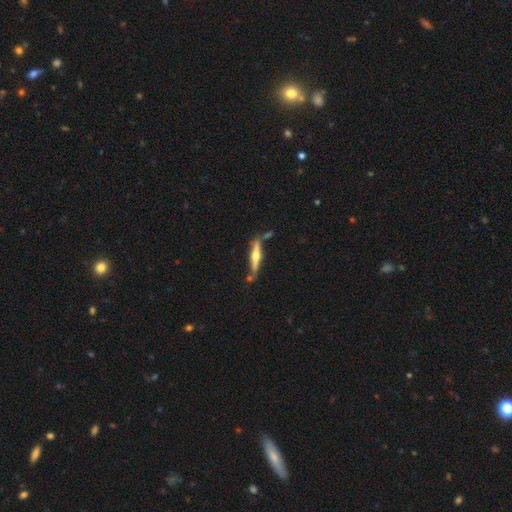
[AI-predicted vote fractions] This appears to be a featured or disk galaxy (66%) viewed edge-on (95%) with a rounded central bulge (88%). Merging: none (69%).